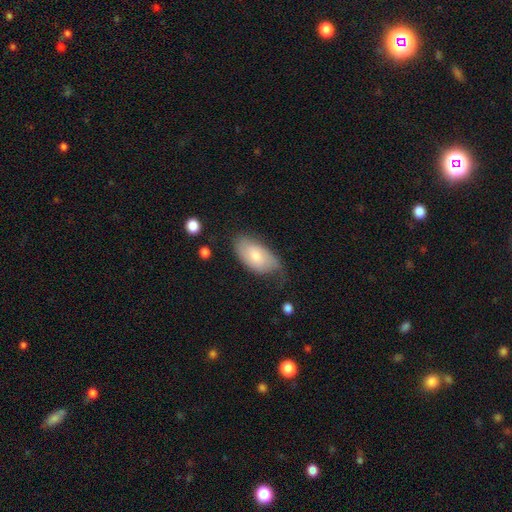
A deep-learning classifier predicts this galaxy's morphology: Q: Smooth or featured?
A: smooth (66%); runner-up: featured or disk (28%)
Q: How rounded?
A: in between (94%); runner-up: round (3%)
Q: Merging?
A: none (47%); runner-up: minor disturbance (35%)